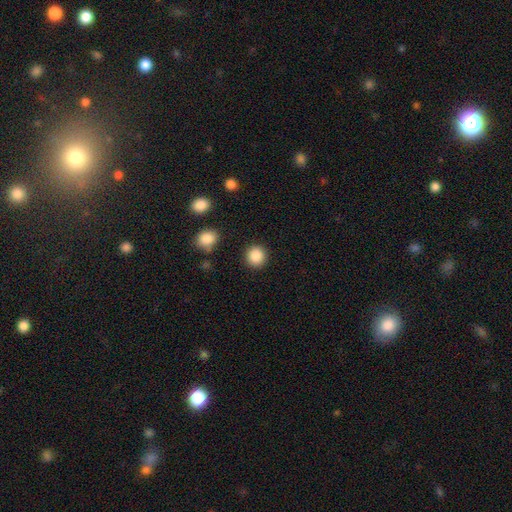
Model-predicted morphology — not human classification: Overall: smooth (88%). How rounded: round (92%). Merging: none (90%).